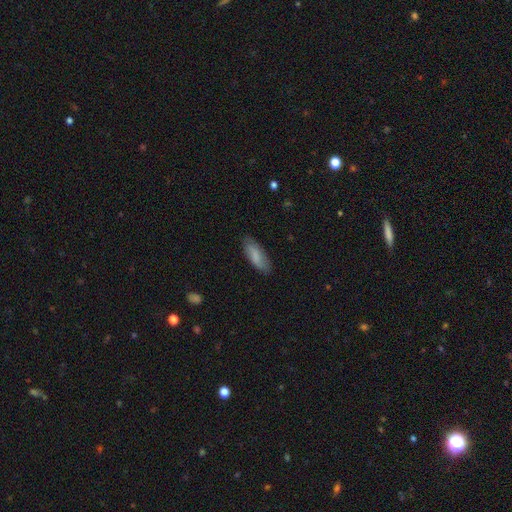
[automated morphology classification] Smooth or featured: smooth — 81% (featured or disk — 13%)
How rounded: in between — 68% (cigar-shaped — 31%)
Merging: none — 82% (minor disturbance — 14%)